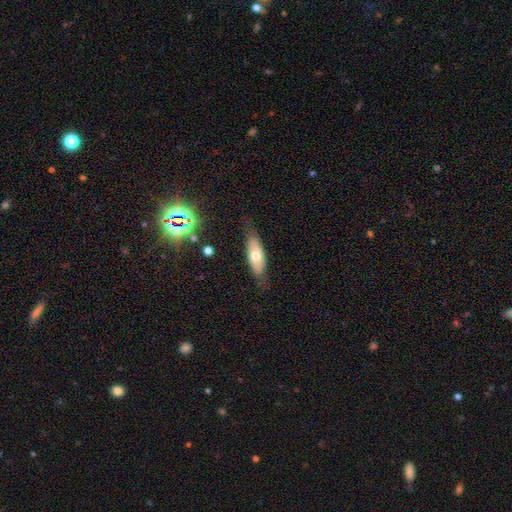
Morphology: type=smooth (60%); roundness=in between (62%); merging=none (84%).